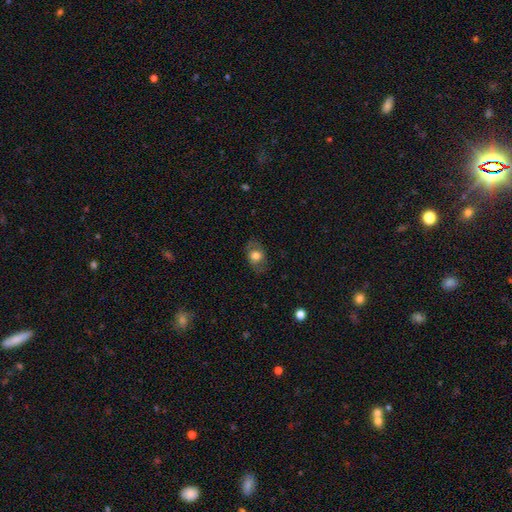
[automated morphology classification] A smooth galaxy with no disk features (63%) that is in between round and cigar-shaped (68%). Merging: none (76%).